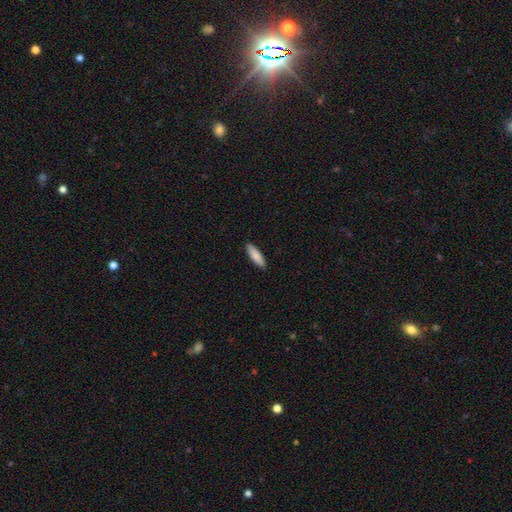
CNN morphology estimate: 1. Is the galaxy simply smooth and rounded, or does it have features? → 86% smooth, 8% featured or disk, 5% star or artifact.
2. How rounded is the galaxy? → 61% cigar-shaped, 37% in between, 1% round.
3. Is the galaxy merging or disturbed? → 89% none, 8% minor disturbance, 2% major disturbance, 1% merger.